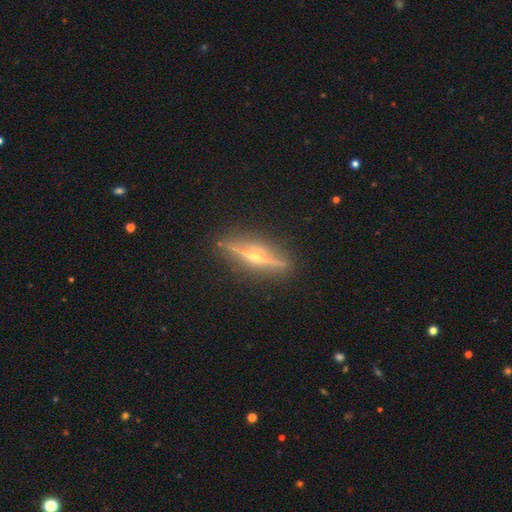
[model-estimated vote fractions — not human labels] The model was most divided on "smooth or featured": featured or disk: 84%, smooth: 10%, star or artifact: 6%. More confident: edge-on disk — yes (97%); edge-on bulge — rounded (94%); merging — none (89%).